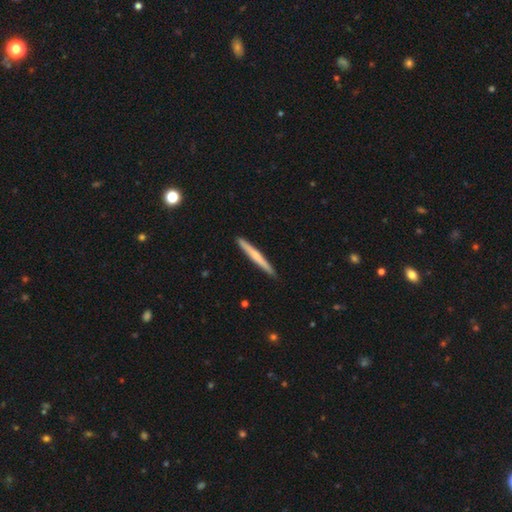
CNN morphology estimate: type=smooth (49%); merging=none (90%).